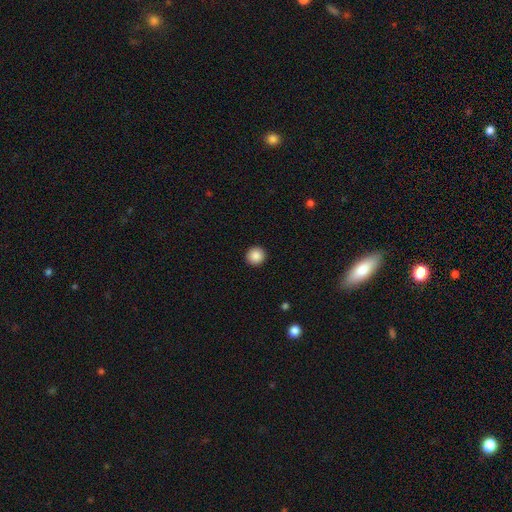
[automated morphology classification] The model was most divided on "smooth or featured": smooth: 87%, star or artifact: 9%, featured or disk: 3%. More confident: how rounded — round (94%); merging — none (93%).